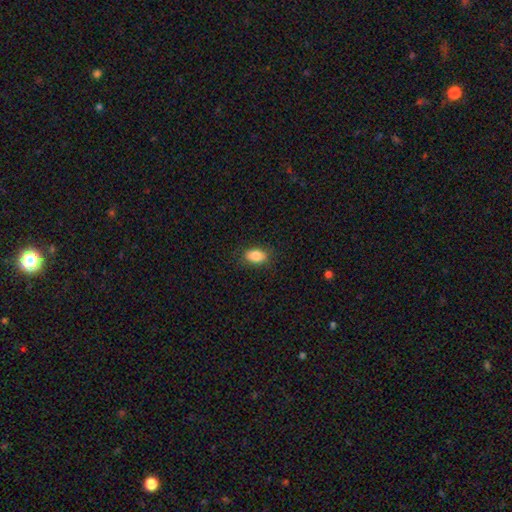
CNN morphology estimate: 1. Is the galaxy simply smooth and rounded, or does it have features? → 87% smooth, 8% star or artifact, 6% featured or disk.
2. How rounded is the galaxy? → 89% in between, 8% round, 3% cigar-shaped.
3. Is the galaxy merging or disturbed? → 86% none, 10% minor disturbance, 3% major disturbance, 1% merger.